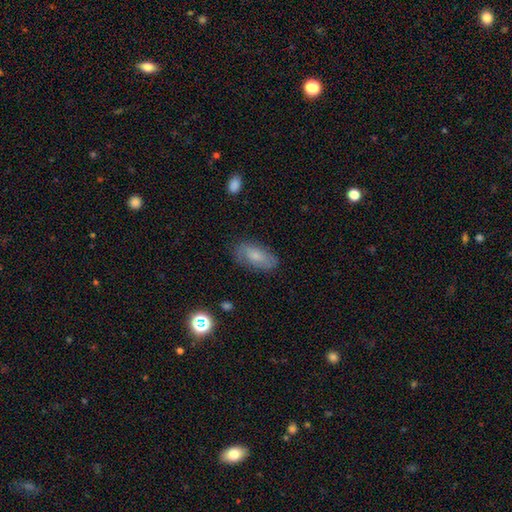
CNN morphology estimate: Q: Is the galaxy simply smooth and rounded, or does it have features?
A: smooth — 60%.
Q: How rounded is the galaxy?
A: in between — 89%.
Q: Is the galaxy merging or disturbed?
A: none — 76%.